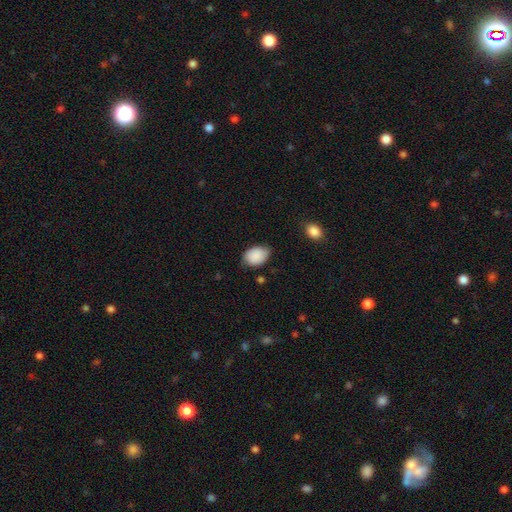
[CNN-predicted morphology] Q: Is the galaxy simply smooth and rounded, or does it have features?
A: smooth — 87%.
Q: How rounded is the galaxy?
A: in between — 76%.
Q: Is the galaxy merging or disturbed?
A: none — 65%.